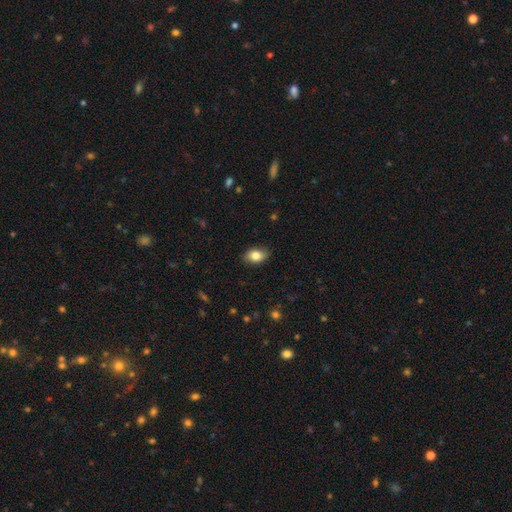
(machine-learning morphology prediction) Smooth or featured?
  - smooth: 83% *
  - featured or disk: 9%
  - star or artifact: 8%
How rounded?
  - in between: 84% *
  - round: 14%
  - cigar-shaped: 2%
Merging?
  - none: 83% *
  - minor disturbance: 13%
  - major disturbance: 2%
  - merger: 1%